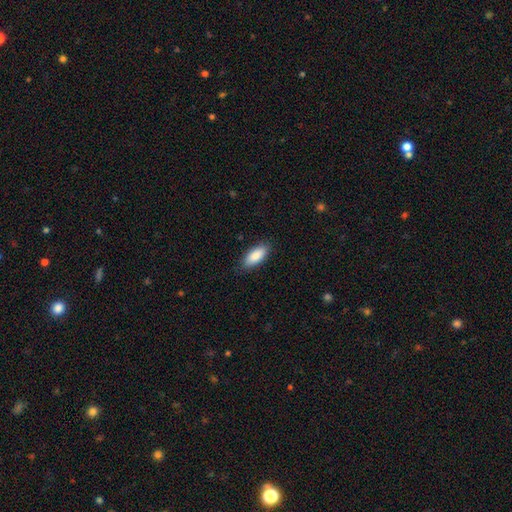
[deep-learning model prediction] Q: Smooth or featured?
A: smooth (88%); runner-up: featured or disk (6%)
Q: How rounded?
A: in between (83%); runner-up: cigar-shaped (15%)
Q: Merging?
A: none (86%); runner-up: minor disturbance (11%)